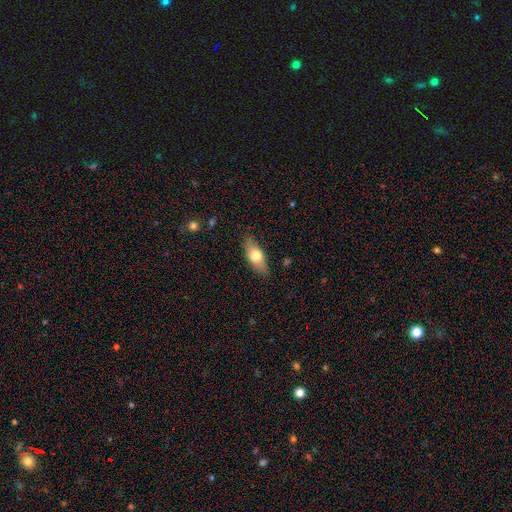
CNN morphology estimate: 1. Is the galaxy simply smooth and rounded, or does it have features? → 66% smooth, 28% featured or disk, 6% star or artifact.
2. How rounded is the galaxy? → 78% in between, 18% cigar-shaped, 4% round.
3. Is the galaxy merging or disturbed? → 83% none, 13% minor disturbance, 3% major disturbance, 1% merger.